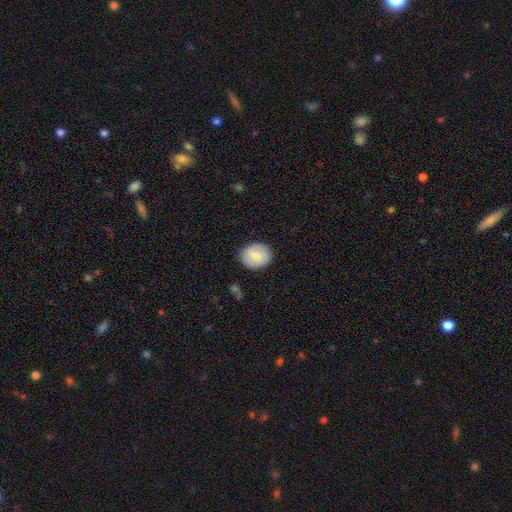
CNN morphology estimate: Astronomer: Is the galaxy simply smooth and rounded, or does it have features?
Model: smooth — 72%.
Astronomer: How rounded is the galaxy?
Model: round — 67%.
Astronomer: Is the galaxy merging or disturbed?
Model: none — 85%.